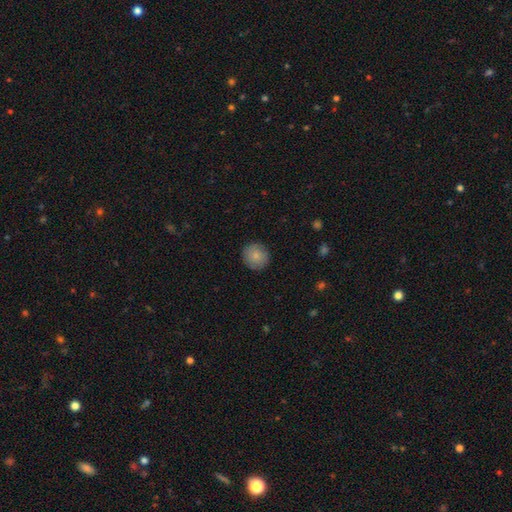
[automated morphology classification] This appears to be a smooth galaxy with no disk features (82%) that is round (92%). Merging: none (89%).